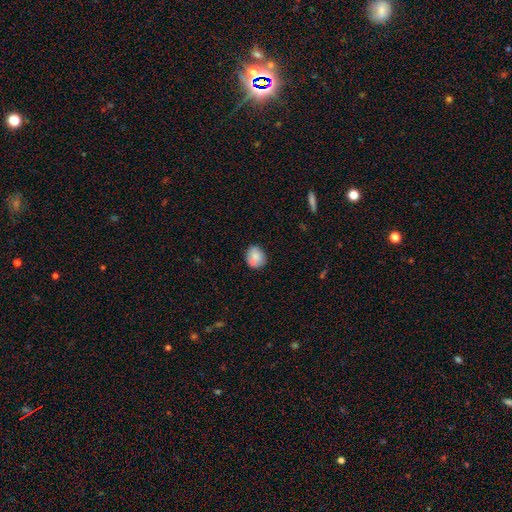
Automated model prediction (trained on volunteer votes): The model was most divided on "how rounded": round: 63%, in between: 36%, cigar-shaped: 1%. More confident: smooth or featured — smooth (76%); merging — none (60%).